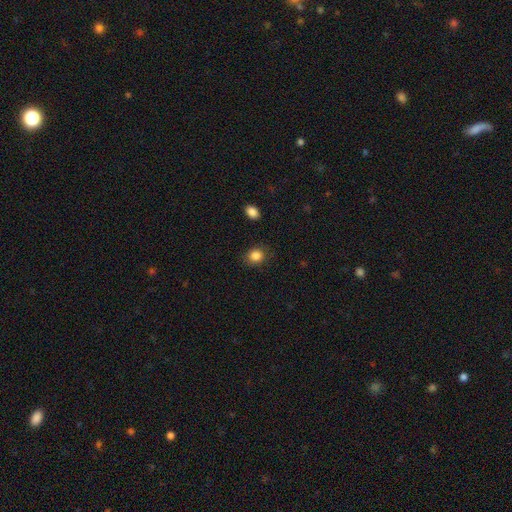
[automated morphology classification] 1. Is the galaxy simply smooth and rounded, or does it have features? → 86% smooth, 10% star or artifact, 4% featured or disk.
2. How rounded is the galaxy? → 63% round, 36% in between, 1% cigar-shaped.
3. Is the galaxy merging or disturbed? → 83% none, 12% minor disturbance, 4% major disturbance, 2% merger.